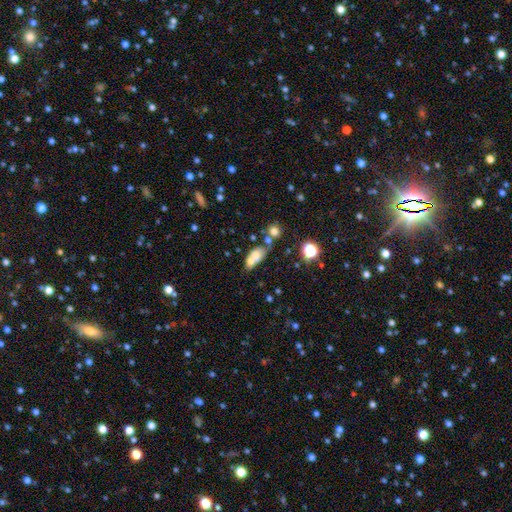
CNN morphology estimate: The model was most divided on "merging": merger: 48%, none: 32%, minor disturbance: 13%, major disturbance: 7%. More confident: how rounded — in between (74%); smooth or featured — smooth (65%).